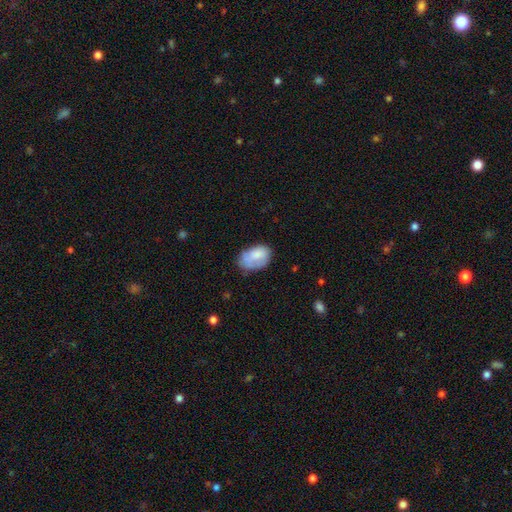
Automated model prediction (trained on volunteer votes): Smooth or featured?
  - smooth: 74% *
  - featured or disk: 19%
  - star or artifact: 7%
How rounded?
  - in between: 88% *
  - round: 11%
  - cigar-shaped: 1%
Merging?
  - none: 52% *
  - minor disturbance: 31%
  - major disturbance: 13%
  - merger: 4%